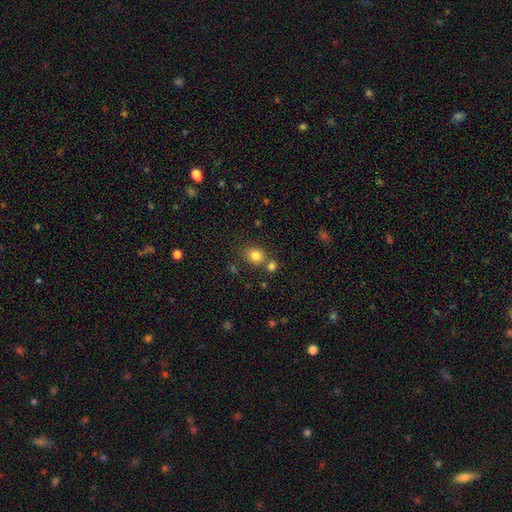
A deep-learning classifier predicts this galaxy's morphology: type=smooth (82%); roundness=round (70%); merging=none (66%).